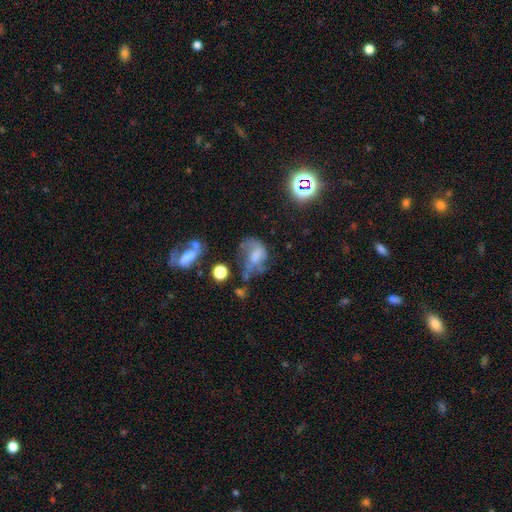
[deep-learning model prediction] Morphology: type=featured or disk (45%); merging=major disturbance (44%).